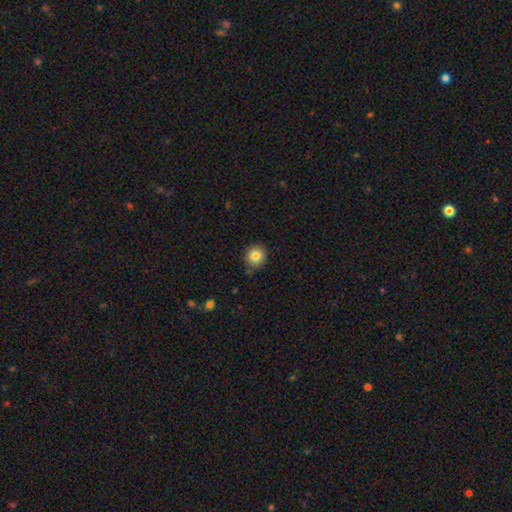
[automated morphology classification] Smooth or featured? Predicted: smooth (p=0.83). How rounded? Predicted: round (p=0.87). Merging? Predicted: none (p=0.84).